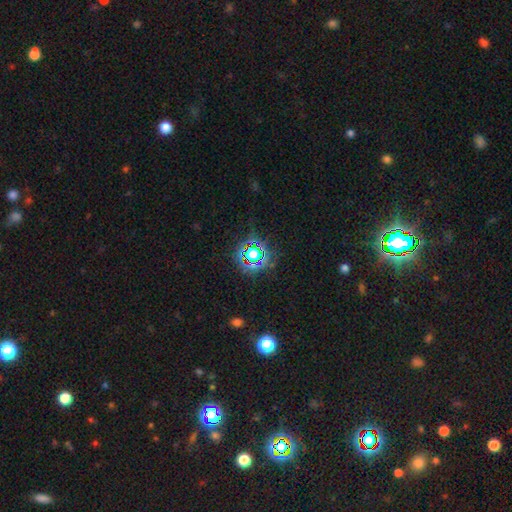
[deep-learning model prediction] Smooth or featured: star or artifact — 73% (smooth — 18%)